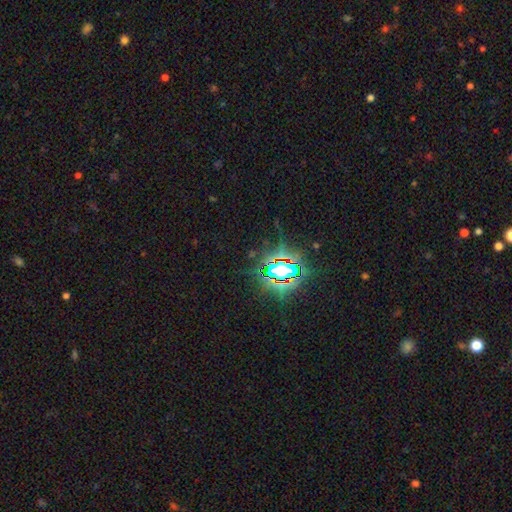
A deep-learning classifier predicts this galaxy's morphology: Overall: star or artifact (82%).